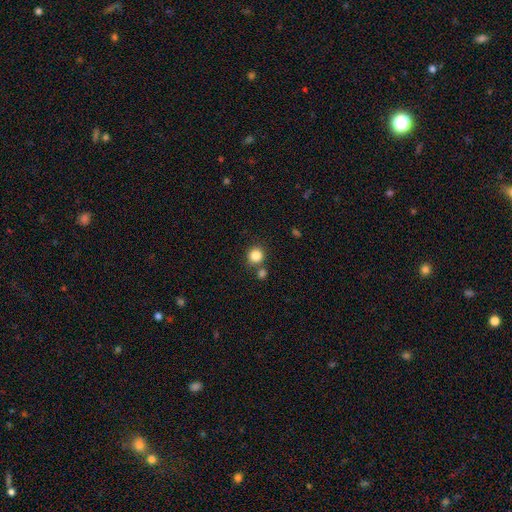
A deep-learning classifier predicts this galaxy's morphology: This is clearly a smooth galaxy (84%). How rounded: clearly round (91%). Merging: likely none (75%).